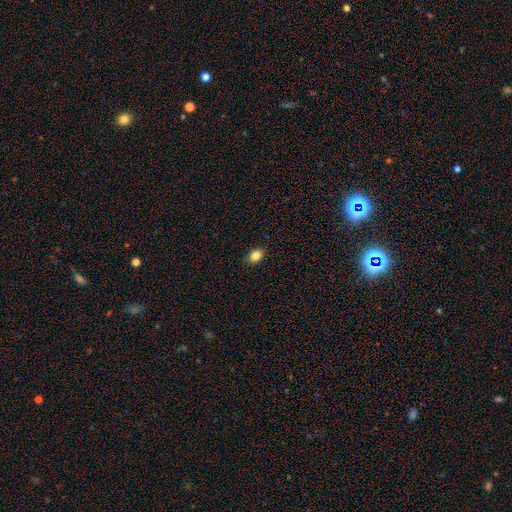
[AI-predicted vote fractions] Overall: smooth (84%). How rounded: in between (76%). Merging: none (87%).